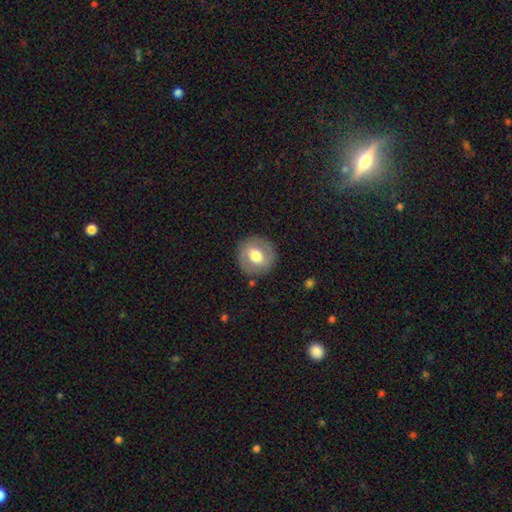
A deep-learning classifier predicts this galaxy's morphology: smooth_or_featured: smooth (p=0.52) [alt: featured or disk p=0.41]
how_rounded: round (p=0.87) [alt: in between p=0.12]
merging: none (p=0.86) [alt: minor disturbance p=0.09]